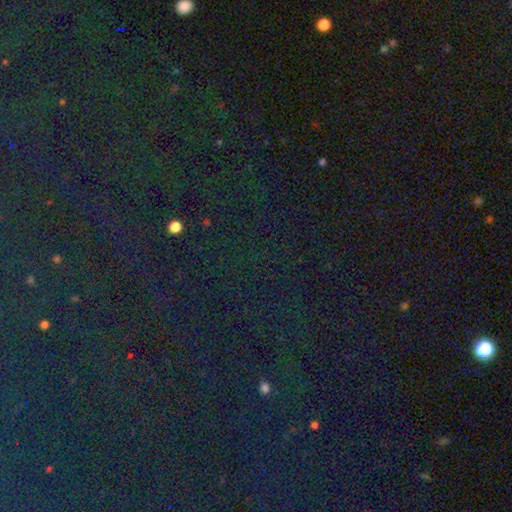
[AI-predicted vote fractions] Q: Smooth or featured?
A: star or artifact (82%); runner-up: smooth (11%)